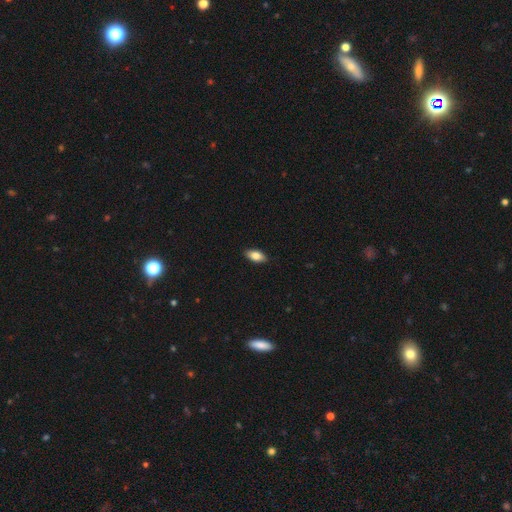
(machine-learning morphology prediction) A smooth galaxy with no disk features (83%) that is in between round and cigar-shaped (90%).

Vote fractions:
- Smooth or featured? smooth: 83% / featured or disk: 10% / star or artifact: 7%
- How rounded? in between: 90% / cigar-shaped: 7% / round: 3%
- Merging? none: 89% / minor disturbance: 9% / major disturbance: 2% / merger: 1%